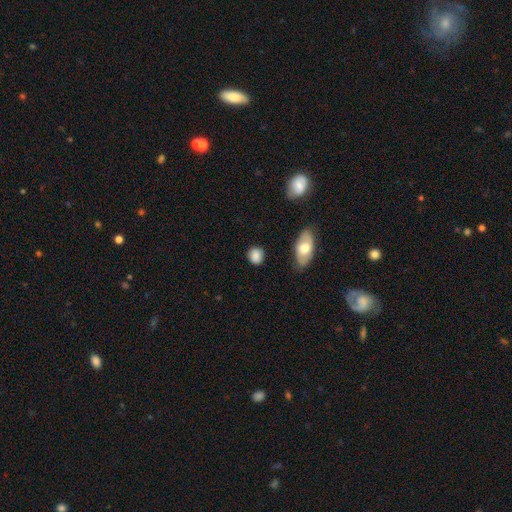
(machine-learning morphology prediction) A smooth galaxy with no disk features (85%) that is round (68%). Merging: none (81%).